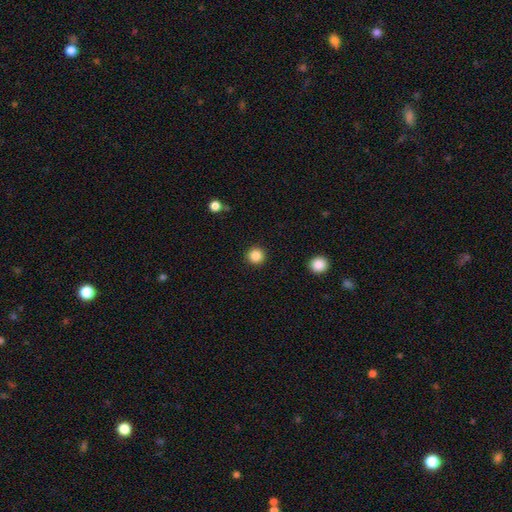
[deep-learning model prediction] Q: Smooth or featured?
A: smooth (86%); runner-up: star or artifact (10%)
Q: How rounded?
A: round (95%); runner-up: in between (4%)
Q: Merging?
A: none (92%); runner-up: minor disturbance (5%)